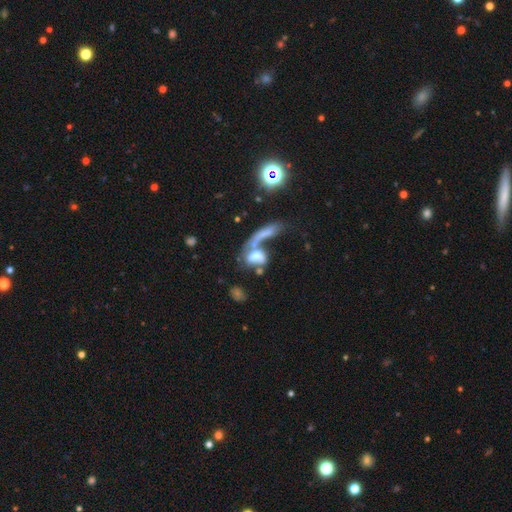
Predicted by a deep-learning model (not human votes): Q: Smooth or featured?
A: smooth (53%); runner-up: featured or disk (36%)
Q: How rounded?
A: in between (69%); runner-up: round (19%)
Q: Merging?
A: merger (57%); runner-up: major disturbance (19%)